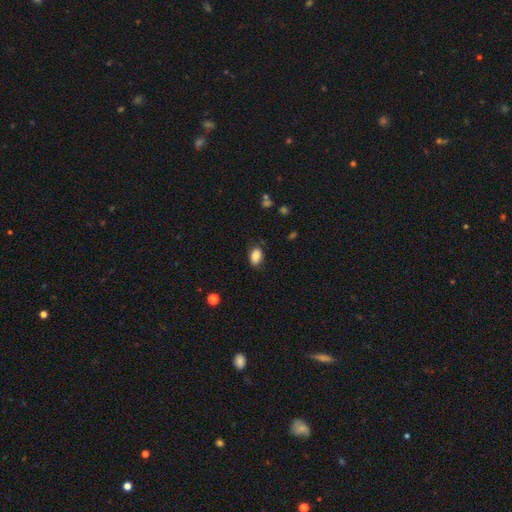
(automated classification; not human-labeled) Smooth or featured?
  - smooth: 84% *
  - star or artifact: 8%
  - featured or disk: 7%
How rounded?
  - in between: 85% *
  - round: 13%
  - cigar-shaped: 1%
Merging?
  - none: 79% *
  - minor disturbance: 16%
  - major disturbance: 3%
  - merger: 1%